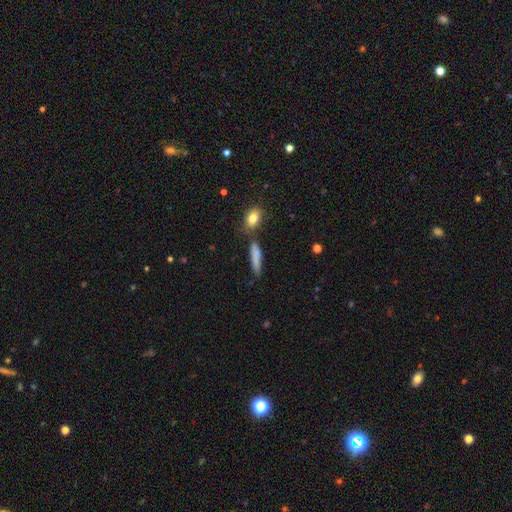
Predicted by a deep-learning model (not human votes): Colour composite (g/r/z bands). It shows a smooth galaxy with no disk features (78%) that is cigar-shaped (79%). Merging: none (66%).